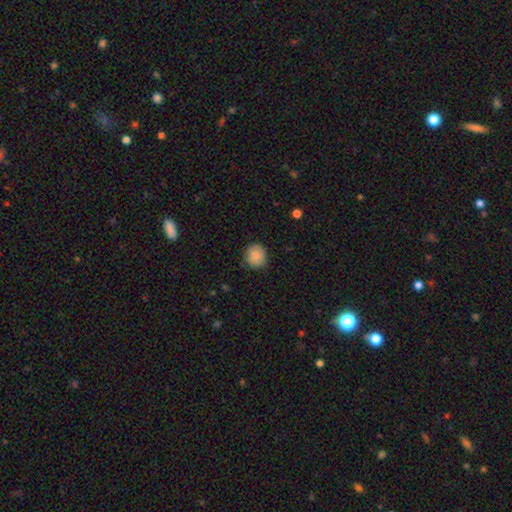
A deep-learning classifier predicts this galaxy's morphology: This is clearly a smooth galaxy (88%). How rounded: clearly round (84%). Merging: clearly none (85%).